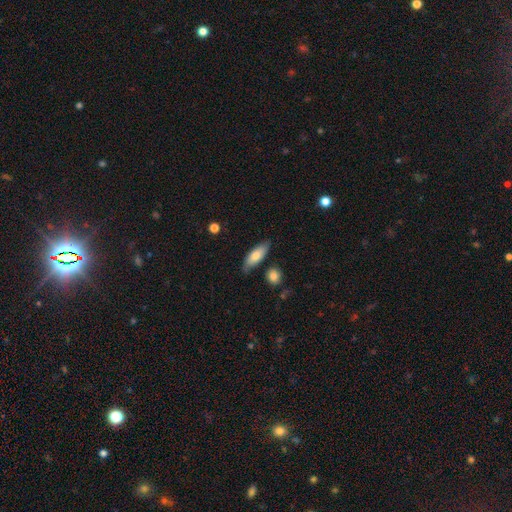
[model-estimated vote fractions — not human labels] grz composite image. It shows a smooth galaxy with no disk features (73%) that is in between round and cigar-shaped (65%). Merging: none (78%).